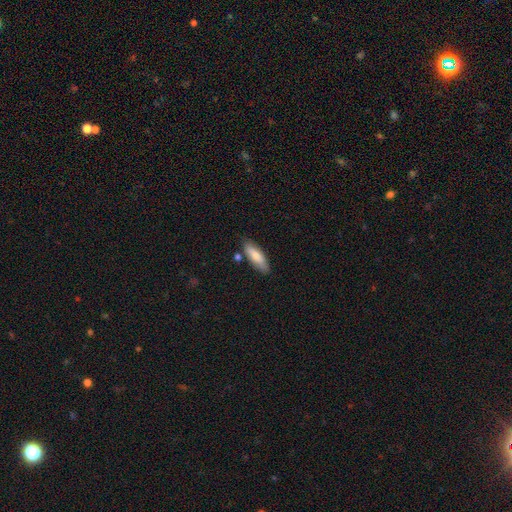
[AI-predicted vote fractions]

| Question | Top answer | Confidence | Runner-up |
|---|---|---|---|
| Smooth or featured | smooth | 74% | featured or disk (20%) |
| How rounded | in between | 53% | cigar-shaped (45%) |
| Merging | none | 78% | minor disturbance (14%) |